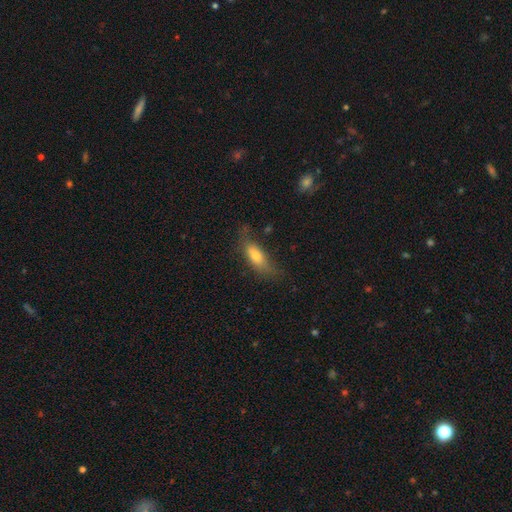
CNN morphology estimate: Smooth or featured: smooth — 61% (featured or disk — 29%)
How rounded: in between — 54% (cigar-shaped — 43%)
Merging: none — 57% (minor disturbance — 27%)